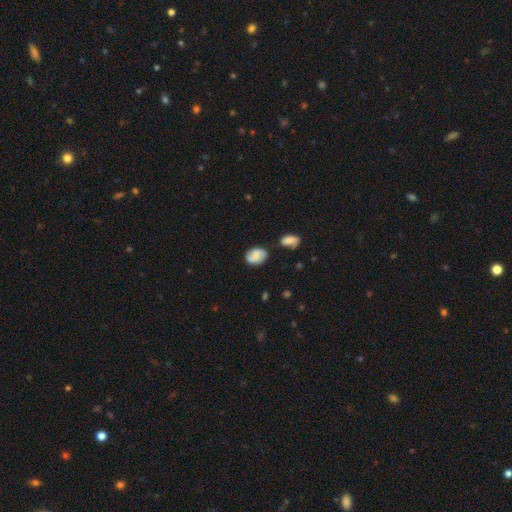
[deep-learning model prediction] Smooth or featured?
  - smooth: 49% *
  - featured or disk: 42%
  - star or artifact: 9%
Merging?
  - none: 63% *
  - minor disturbance: 22%
  - merger: 9%
  - major disturbance: 6%